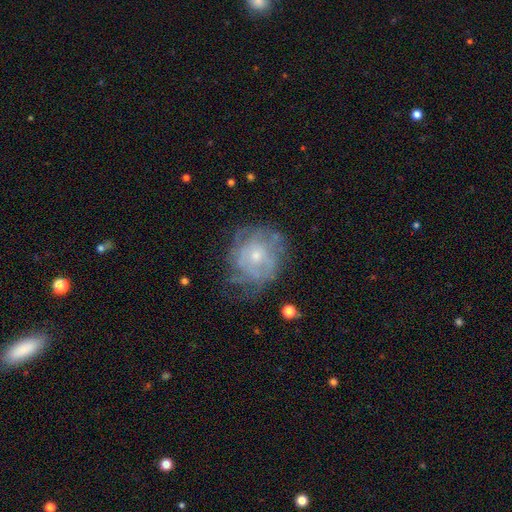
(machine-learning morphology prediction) A featured or disk galaxy (63%) with no bar (83%), spiral arms (56%) and a small central bulge (57%). Merging: none (57%).